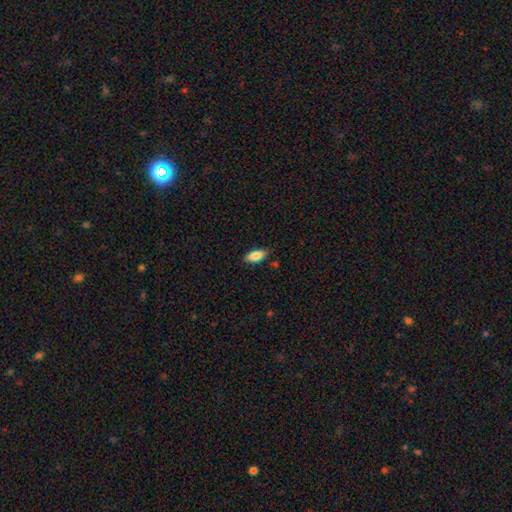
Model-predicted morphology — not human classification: smooth-or-featured: smooth: 87% | star or artifact: 7% | featured or disk: 7%
  how-rounded: in between: 88% | cigar-shaped: 10% | round: 2%
  merging: none: 82% | minor disturbance: 14% | major disturbance: 2% | merger: 1%